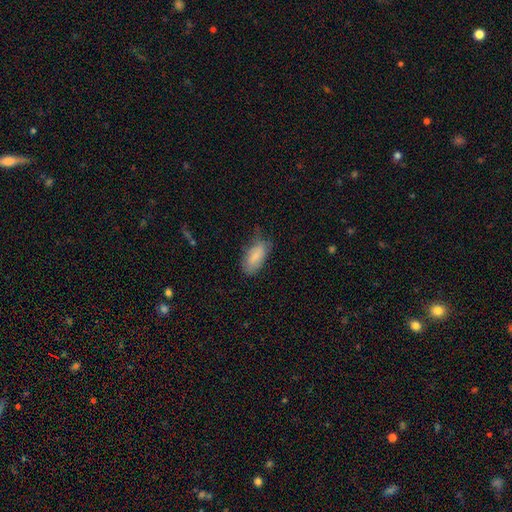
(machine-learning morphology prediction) smooth_or_featured: smooth (p=0.81) [alt: featured or disk p=0.13]
how_rounded: in between (p=0.91) [alt: cigar-shaped p=0.07]
merging: none (p=0.57) [alt: minor disturbance p=0.33]